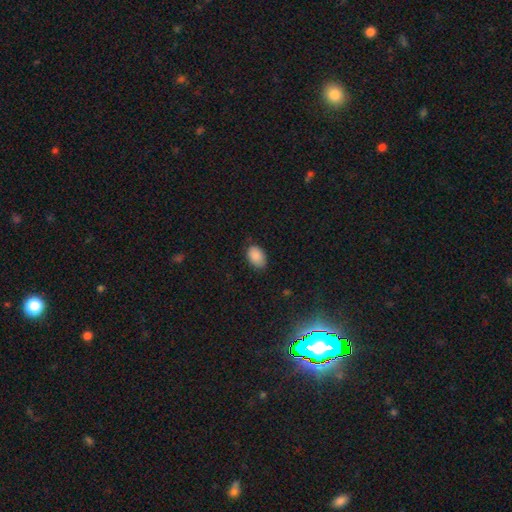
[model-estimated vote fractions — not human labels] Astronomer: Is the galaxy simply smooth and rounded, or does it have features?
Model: smooth — 88%.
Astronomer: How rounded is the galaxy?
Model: in between — 89%.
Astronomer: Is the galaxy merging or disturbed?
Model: none — 79%.